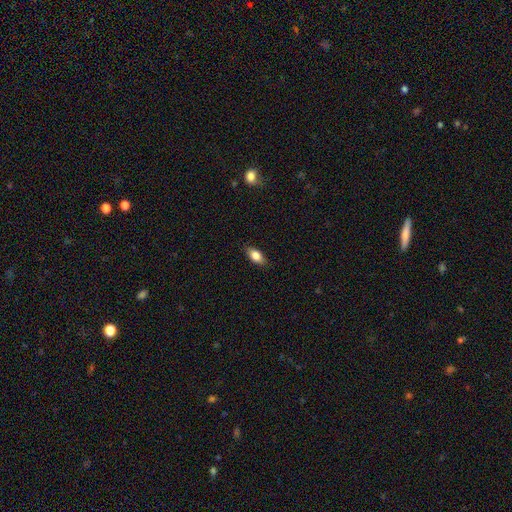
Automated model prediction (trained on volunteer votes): Q: Smooth or featured?
A: smooth (82%); runner-up: featured or disk (11%)
Q: How rounded?
A: in between (87%); runner-up: cigar-shaped (8%)
Q: Merging?
A: none (86%); runner-up: minor disturbance (11%)